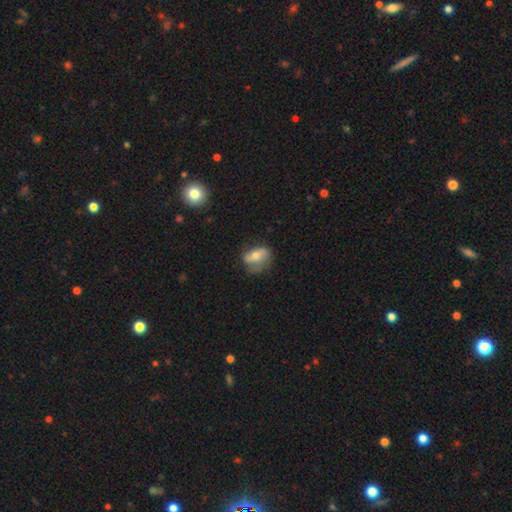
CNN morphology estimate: smooth 52%, featured or disk 39%, star or artifact 9%. Down the decision tree: how rounded — in between (74%); merging — none (55%).